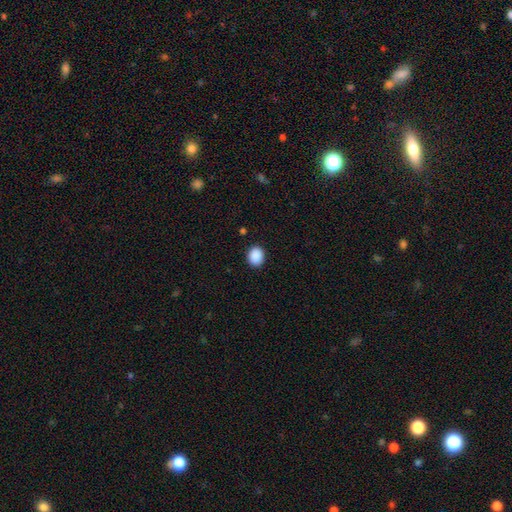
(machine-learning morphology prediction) Smooth or featured? Predicted: smooth (p=0.90). How rounded? Predicted: round (p=0.55). Merging? Predicted: none (p=0.90).